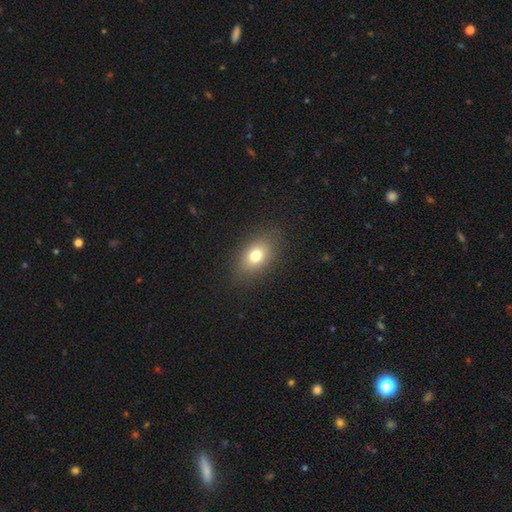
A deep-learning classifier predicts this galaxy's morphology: This is likely a smooth galaxy (75%). How rounded: likely in between (77%). Merging: clearly none (84%).